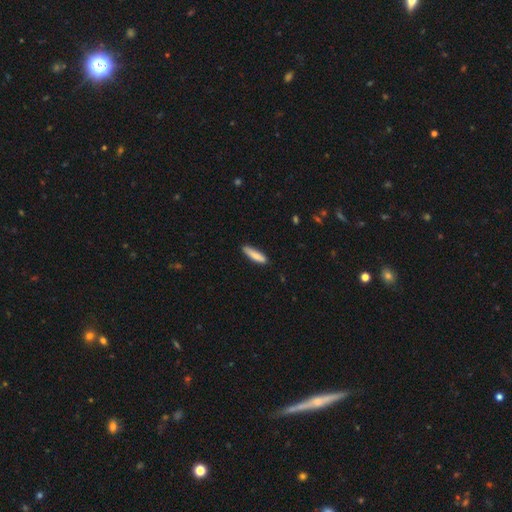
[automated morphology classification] A smooth galaxy with no disk features (83%) that is cigar-shaped (79%).

Vote fractions:
- Smooth or featured? smooth: 83% / featured or disk: 11% / star or artifact: 6%
- How rounded? cigar-shaped: 79% / in between: 19% / round: 1%
- Merging? none: 82% / minor disturbance: 15% / major disturbance: 2% / merger: 2%